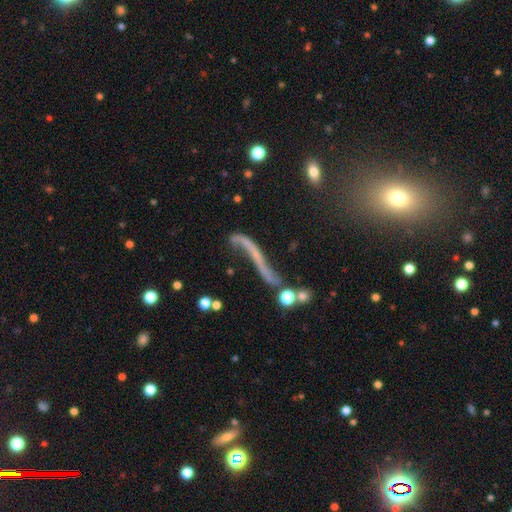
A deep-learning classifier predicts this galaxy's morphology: smooth_or_featured: featured or disk (p=0.59) [alt: smooth p=0.25]
disk_edge_on: no (p=0.52) [alt: yes p=0.48]
merging: none (p=0.39) [alt: major disturbance p=0.24]